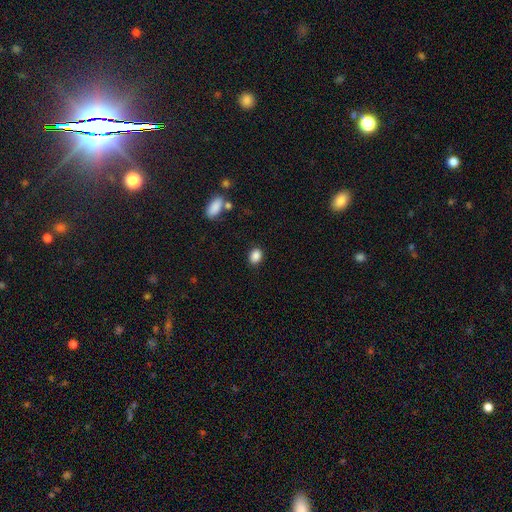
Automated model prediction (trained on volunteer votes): Smooth or featured?
  - smooth: 88% *
  - star or artifact: 9%
  - featured or disk: 3%
How rounded?
  - in between: 67% *
  - round: 32%
  - cigar-shaped: 1%
Merging?
  - none: 87% *
  - minor disturbance: 9%
  - major disturbance: 3%
  - merger: 2%